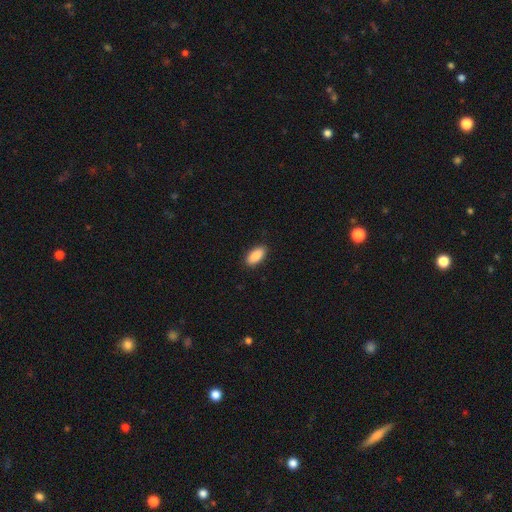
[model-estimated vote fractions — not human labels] Overall: smooth (89%). How rounded: in between (92%). Merging: none (90%).